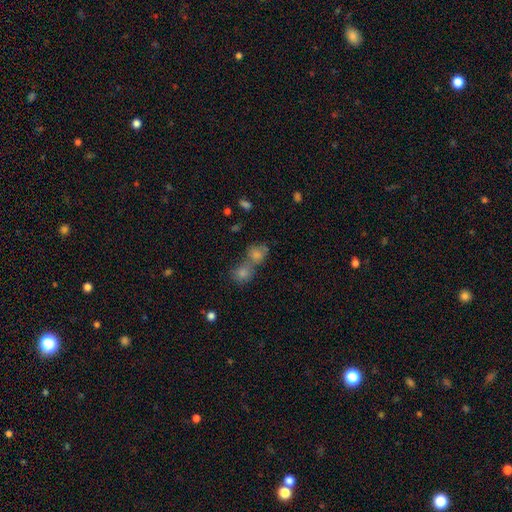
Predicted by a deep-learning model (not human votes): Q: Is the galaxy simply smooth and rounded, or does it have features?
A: smooth — 73%.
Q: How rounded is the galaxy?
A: round — 61%.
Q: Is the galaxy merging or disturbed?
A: merger — 59%.